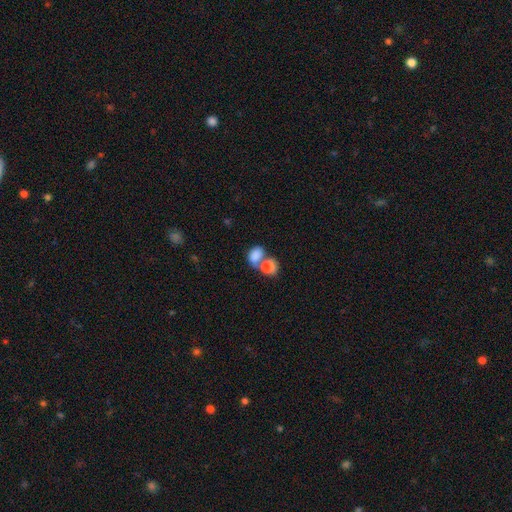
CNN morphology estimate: Smooth or featured? Predicted: smooth (p=0.81). How rounded? Predicted: in between (p=0.69). Merging? Predicted: merger (p=0.64).